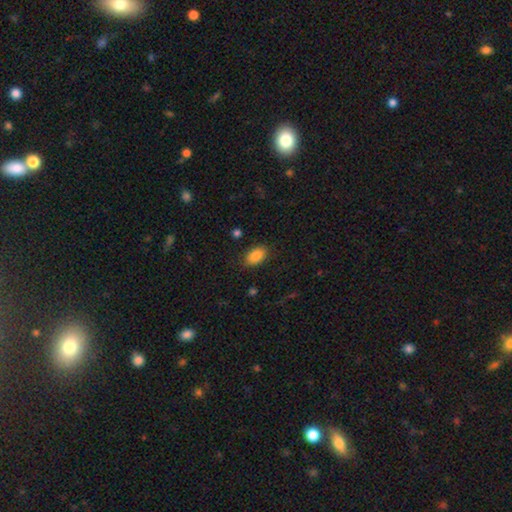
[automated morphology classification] This is clearly a smooth galaxy (87%). How rounded: clearly in between (90%). Merging: clearly none (84%).